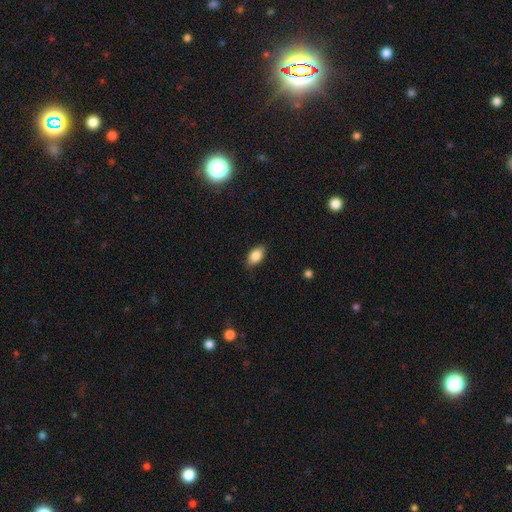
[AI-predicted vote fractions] The model was most divided on "merging": none: 84%, minor disturbance: 12%, major disturbance: 2%, merger: 1%. More confident: how rounded — in between (92%); smooth or featured — smooth (87%).